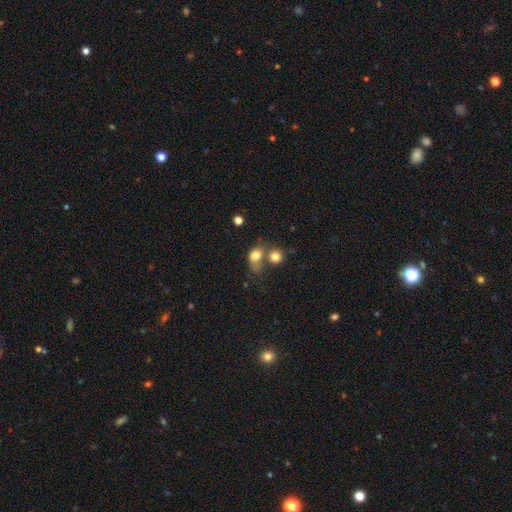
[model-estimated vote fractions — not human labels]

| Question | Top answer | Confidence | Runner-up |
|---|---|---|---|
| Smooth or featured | smooth | 77% | featured or disk (12%) |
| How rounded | round | 53% | in between (46%) |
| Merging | merger | 43% | none (31%) |